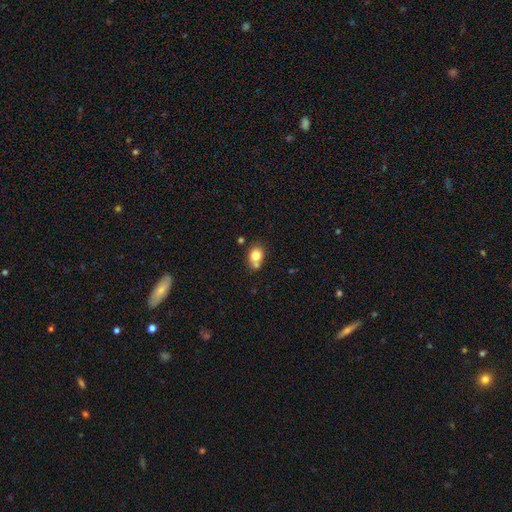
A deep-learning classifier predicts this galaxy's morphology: This appears to be a smooth galaxy with no disk features (79%) that is round (56%). Merging: none (52%).